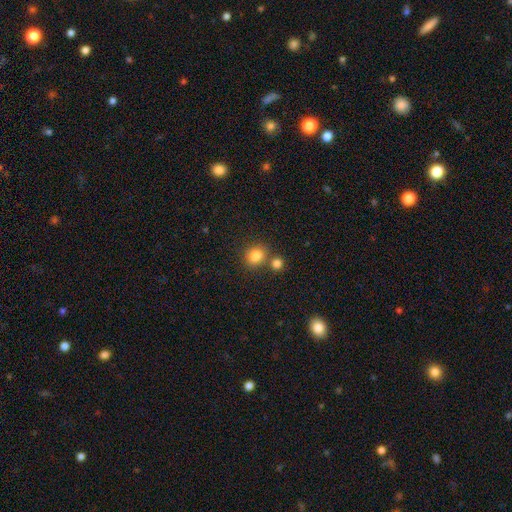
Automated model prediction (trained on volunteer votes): Smooth or featured: smooth — 82% (star or artifact — 12%)
How rounded: round — 72% (in between — 27%)
Merging: none — 67% (merger — 21%)